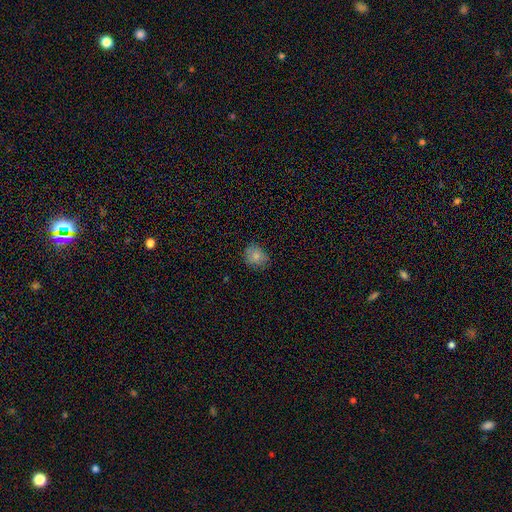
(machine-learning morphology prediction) Smooth or featured? Predicted: smooth (p=0.82). How rounded? Predicted: round (p=0.66). Merging? Predicted: none (p=0.78).